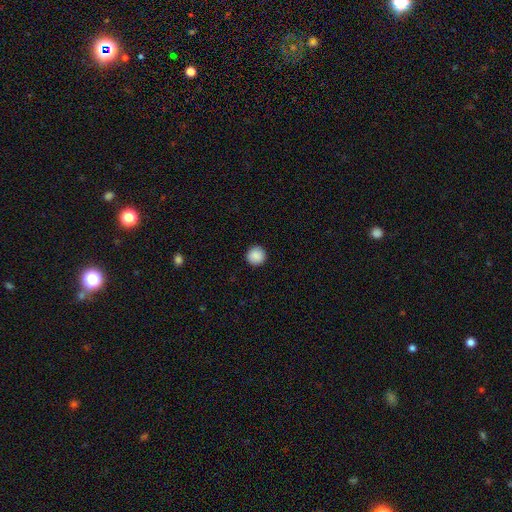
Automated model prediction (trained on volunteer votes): This appears to be a smooth galaxy with no disk features (89%) that is round (96%). Merging: none (93%).